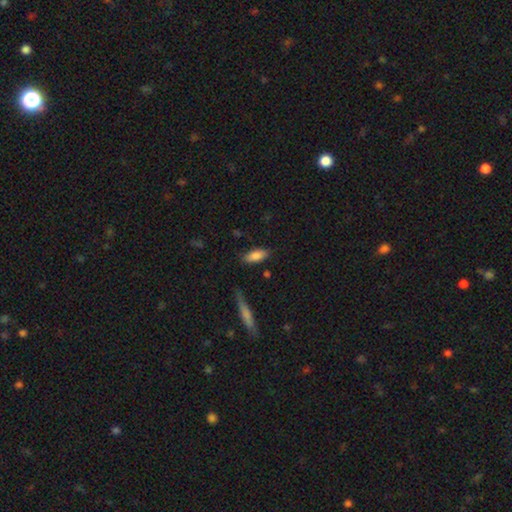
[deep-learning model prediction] smooth 84%, featured or disk 9%, star or artifact 7%. Down the decision tree: how rounded — in between (78%); merging — none (81%).